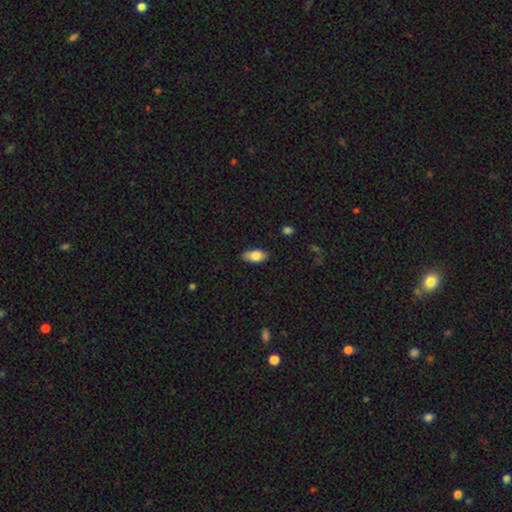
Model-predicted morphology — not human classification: Smooth or featured? smooth (82%)
How rounded? in between (91%)
Merging? none (84%)